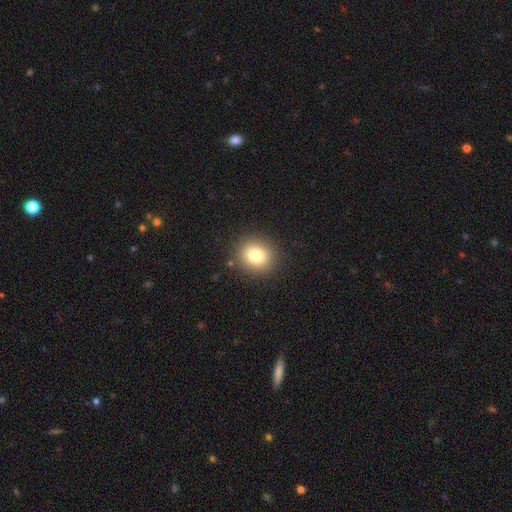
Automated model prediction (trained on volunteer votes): Morphology: type=smooth (80%); roundness=round (82%); merging=none (89%).